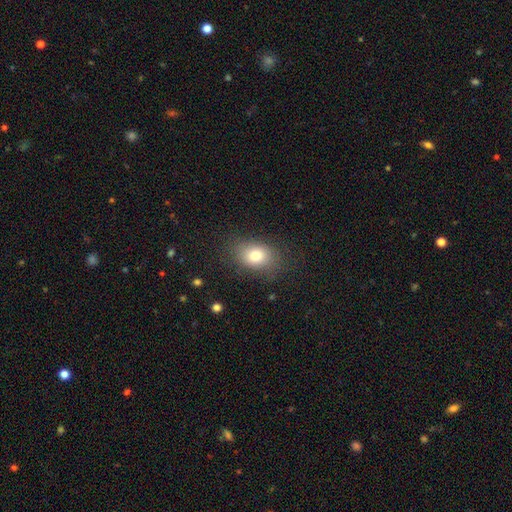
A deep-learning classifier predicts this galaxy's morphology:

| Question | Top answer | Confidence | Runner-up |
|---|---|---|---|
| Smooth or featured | smooth | 77% | featured or disk (11%) |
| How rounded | in between | 70% | round (29%) |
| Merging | none | 80% | minor disturbance (13%) |